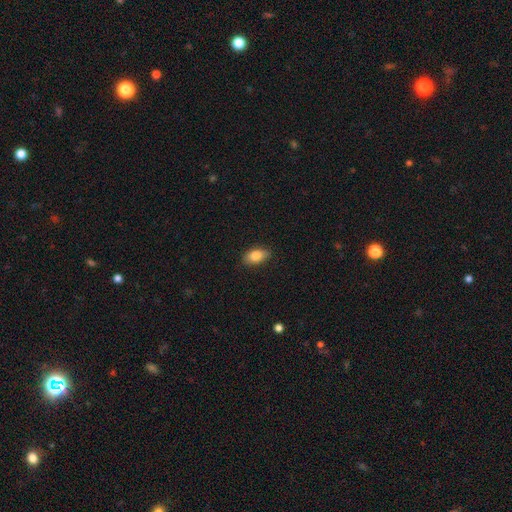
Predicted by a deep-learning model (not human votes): The model was most divided on "merging": none: 82%, minor disturbance: 14%, major disturbance: 2%, merger: 1%. More confident: how rounded — in between (89%); smooth or featured — smooth (83%).